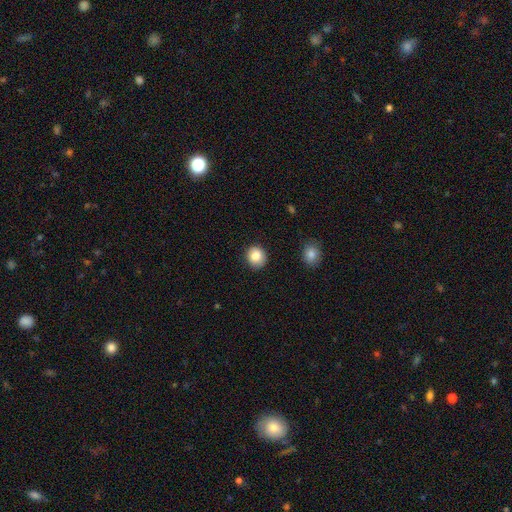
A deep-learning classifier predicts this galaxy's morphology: smooth-or-featured: smooth: 86% | star or artifact: 8% | featured or disk: 5%
  how-rounded: round: 82% | in between: 17% | cigar-shaped: 1%
  merging: none: 87% | minor disturbance: 9% | major disturbance: 2% | merger: 1%